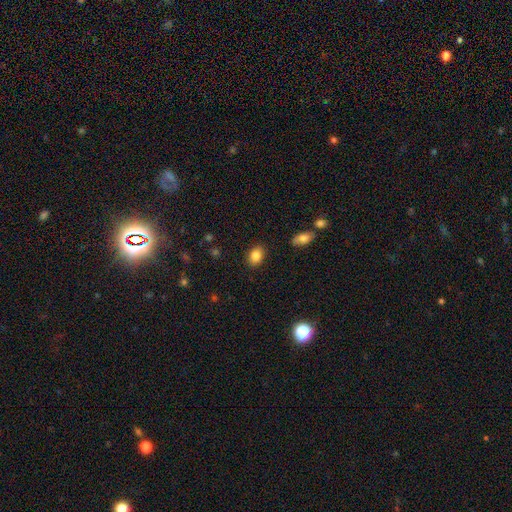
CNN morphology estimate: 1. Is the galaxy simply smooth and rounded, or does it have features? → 85% smooth, 9% star or artifact, 6% featured or disk.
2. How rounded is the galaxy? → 77% in between, 21% round, 1% cigar-shaped.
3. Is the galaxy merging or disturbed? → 87% none, 9% minor disturbance, 2% major disturbance, 2% merger.